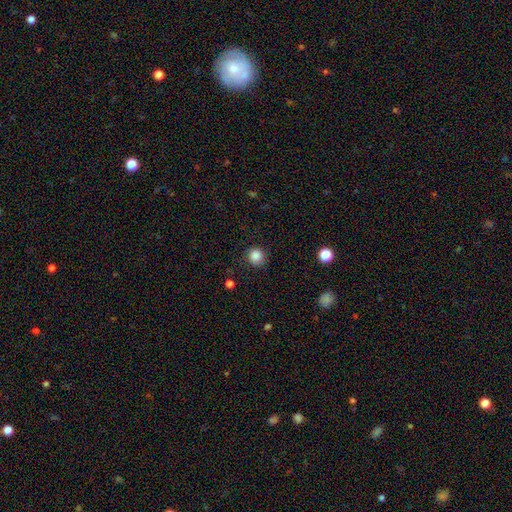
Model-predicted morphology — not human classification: This appears to be a smooth galaxy with no disk features (86%) that is round (92%). Merging: none (87%).